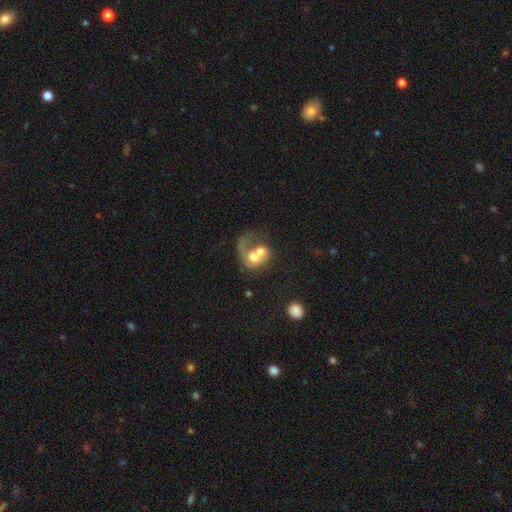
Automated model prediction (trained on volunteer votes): Morphology: type=featured or disk (52%); edge-on=no (98%); bar=no (81%); spiral arms=yes (57%); bulge=moderate (49%); merging=merger (65%).